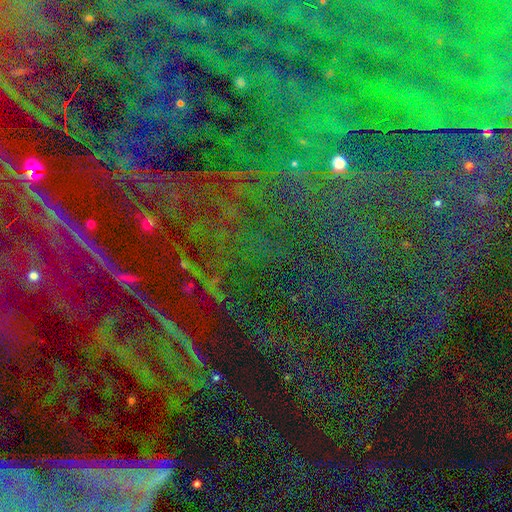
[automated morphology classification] Smooth or featured?
  - star or artifact: 83% *
  - smooth: 9%
  - featured or disk: 8%